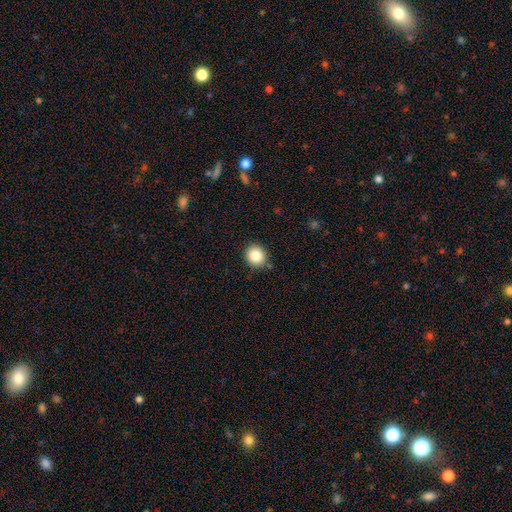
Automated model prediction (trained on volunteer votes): Smooth or featured?
  - smooth: 84% *
  - star or artifact: 10%
  - featured or disk: 6%
How rounded?
  - round: 87% *
  - in between: 12%
  - cigar-shaped: 1%
Merging?
  - none: 87% *
  - minor disturbance: 9%
  - major disturbance: 2%
  - merger: 2%